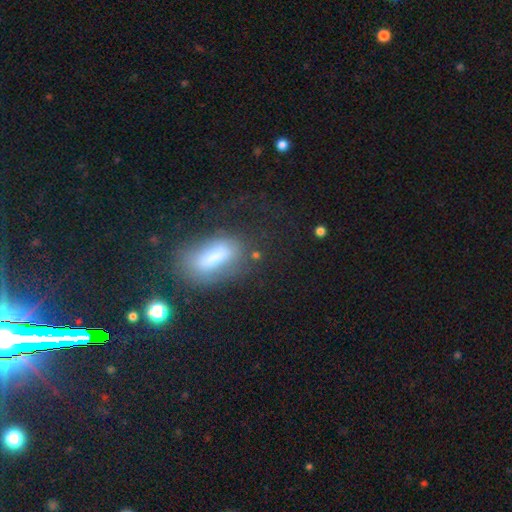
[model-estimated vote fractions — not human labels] Smooth or featured? smooth (63%)
How rounded? in between (69%)
Merging? none (54%)